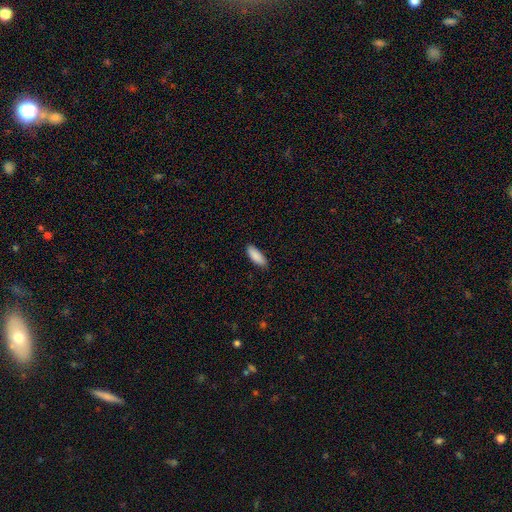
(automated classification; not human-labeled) This appears to be a smooth galaxy with no disk features (90%) that is in between round and cigar-shaped (68%). Merging: none (88%).